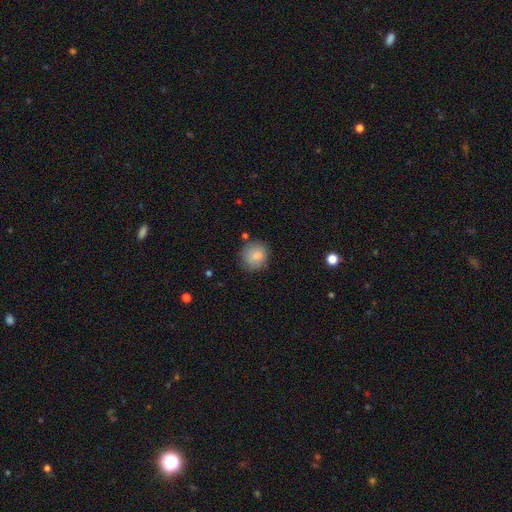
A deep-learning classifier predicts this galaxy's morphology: Smooth or featured? smooth (85%)
How rounded? round (85%)
Merging? none (80%)